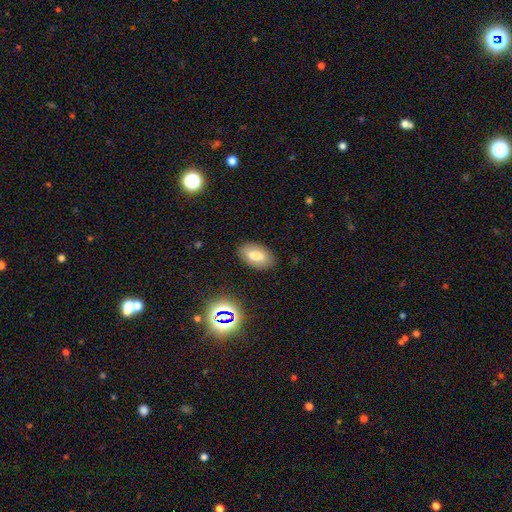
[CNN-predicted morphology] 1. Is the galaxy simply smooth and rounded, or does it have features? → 77% smooth, 13% featured or disk, 10% star or artifact.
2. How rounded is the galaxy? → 93% in between, 5% round, 3% cigar-shaped.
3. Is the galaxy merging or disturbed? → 84% none, 11% minor disturbance, 3% major disturbance, 2% merger.